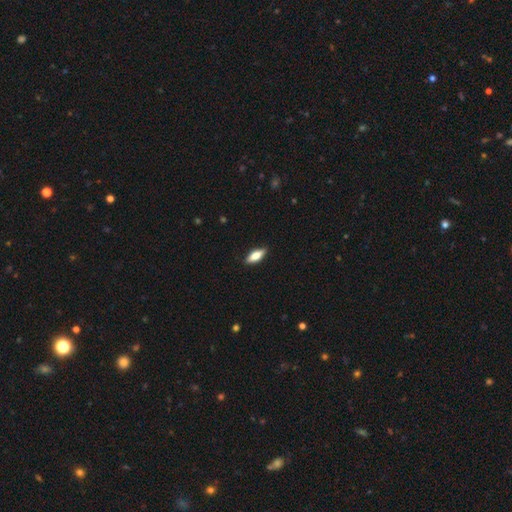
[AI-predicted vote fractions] Smooth or featured? smooth (68%)
How rounded? in between (68%)
Merging? none (88%)